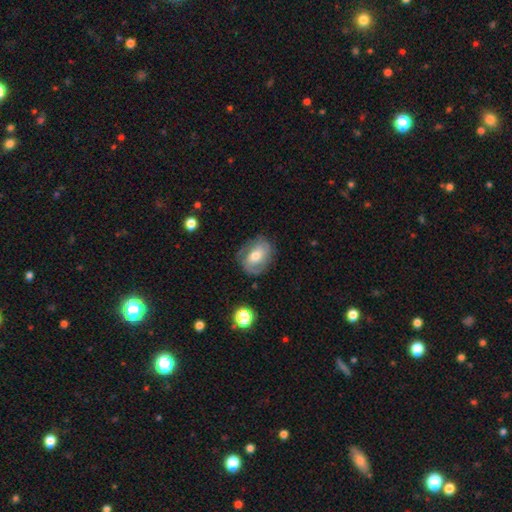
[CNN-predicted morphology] Smooth or featured: featured or disk — 63% (smooth — 29%)
Edge-on disk: no — 97% (yes — 3%)
Bar: no — 52% (weak — 37%)
Spiral arms: yes — 87% (no — 13%)
Spiral winding: medium — 42% (tied with tight — 42%)
Spiral arm count: 2 — 59% (can't tell — 21%)
Bulge size: moderate — 64% (small — 22%)
Merging: none — 71% (minor disturbance — 20%)